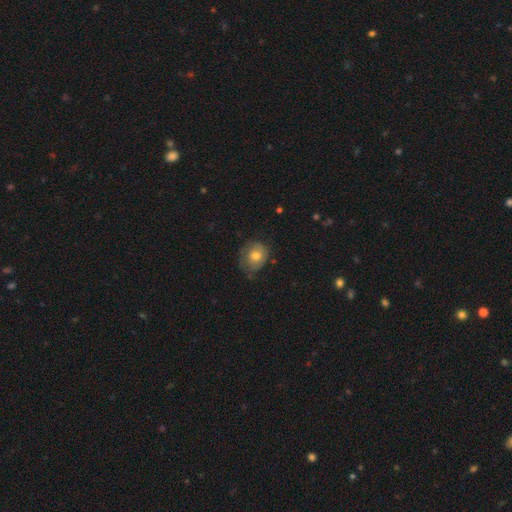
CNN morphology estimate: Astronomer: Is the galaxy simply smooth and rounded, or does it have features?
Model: smooth — 62%.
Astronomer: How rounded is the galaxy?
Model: round — 70%.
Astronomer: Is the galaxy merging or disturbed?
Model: none — 57%.